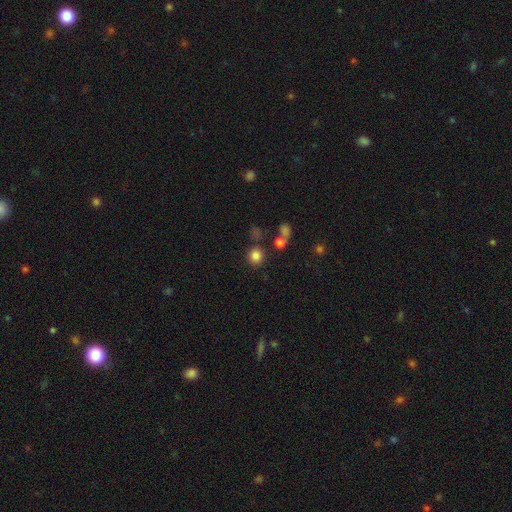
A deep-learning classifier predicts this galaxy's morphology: Smooth or featured: smooth — 81% (star or artifact — 13%)
How rounded: round — 90% (in between — 9%)
Merging: none — 78% (merger — 9%)